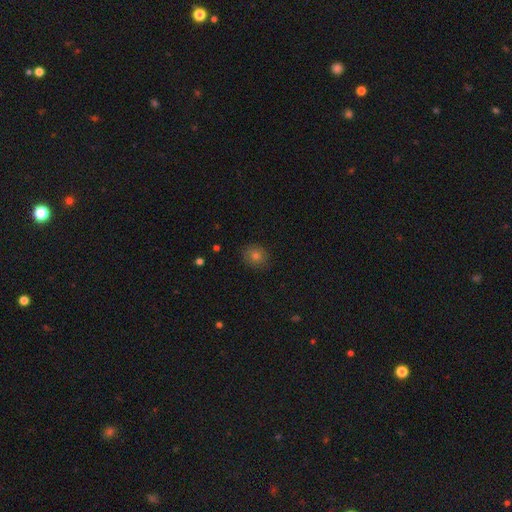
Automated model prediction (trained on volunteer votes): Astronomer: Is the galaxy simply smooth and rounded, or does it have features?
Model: smooth — 72%.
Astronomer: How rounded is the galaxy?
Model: round — 81%.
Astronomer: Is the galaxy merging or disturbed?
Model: none — 87%.